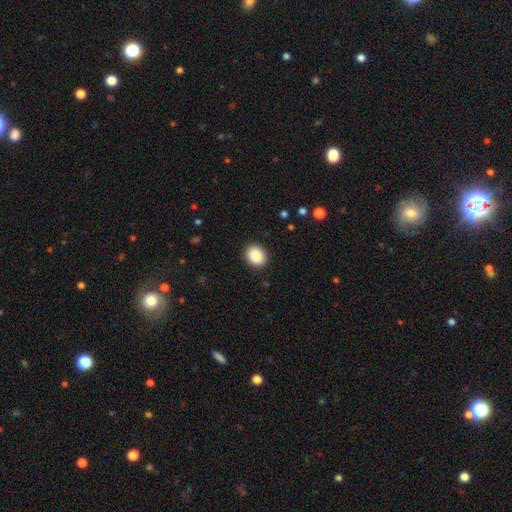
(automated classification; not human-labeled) This appears to be a smooth galaxy with no disk features (88%) that is round (51%). Merging: none (90%).